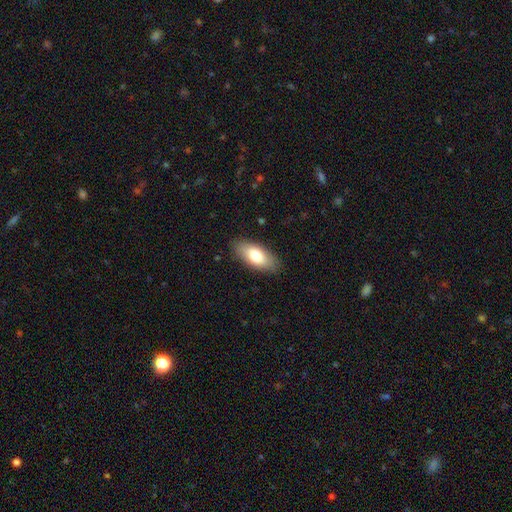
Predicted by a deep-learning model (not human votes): A smooth galaxy with no disk features (75%) that is in between round and cigar-shaped (87%). Merging: none (86%).